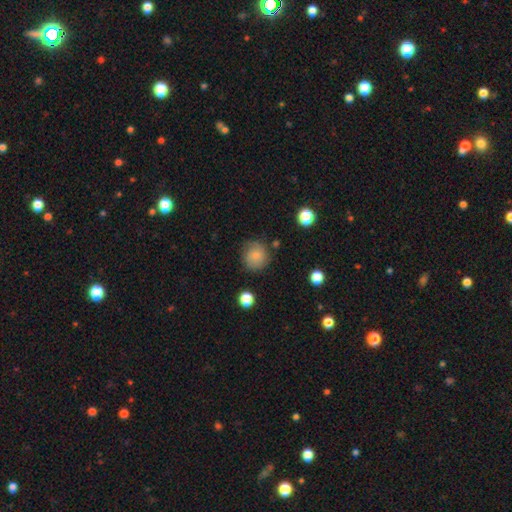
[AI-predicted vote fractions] Smooth or featured: smooth — 78% (featured or disk — 12%)
How rounded: round — 90% (in between — 9%)
Merging: none — 77% (minor disturbance — 16%)